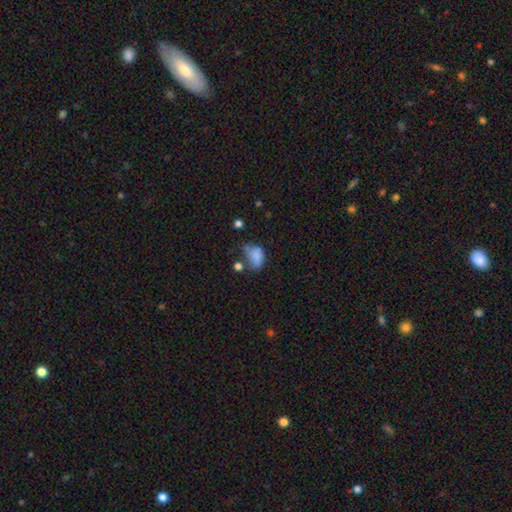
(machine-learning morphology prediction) The model was most divided on "merging" (2-way tie): major disturbance: 29%, minor disturbance: 29%, none: 24%, merger: 17%. More confident: how rounded — in between (82%); smooth or featured — smooth (70%).